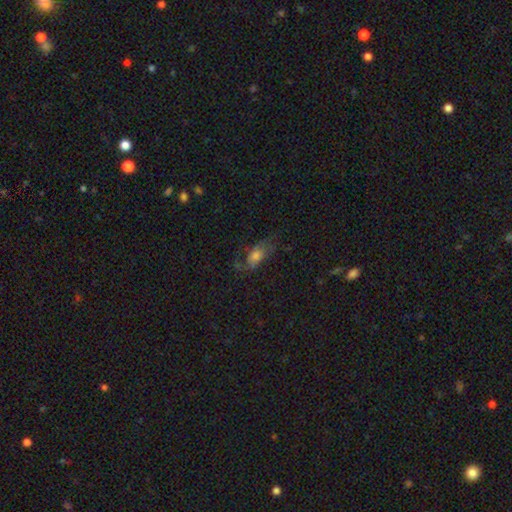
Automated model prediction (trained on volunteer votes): Morphology: type=smooth (48%); merging=none (48%).